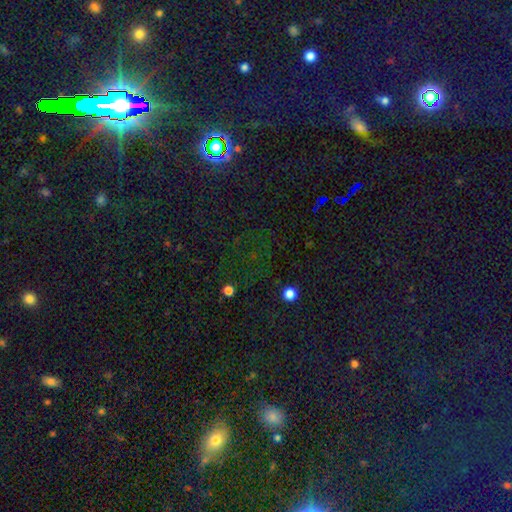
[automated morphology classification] The model was most divided on "smooth or featured": star or artifact: 76%, smooth: 15%, featured or disk: 8%.